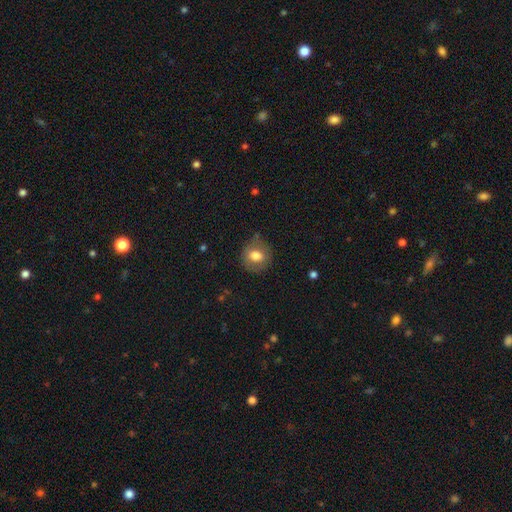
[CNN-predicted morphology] This is likely a smooth galaxy (73%). How rounded: clearly round (82%). Merging: likely none (79%).